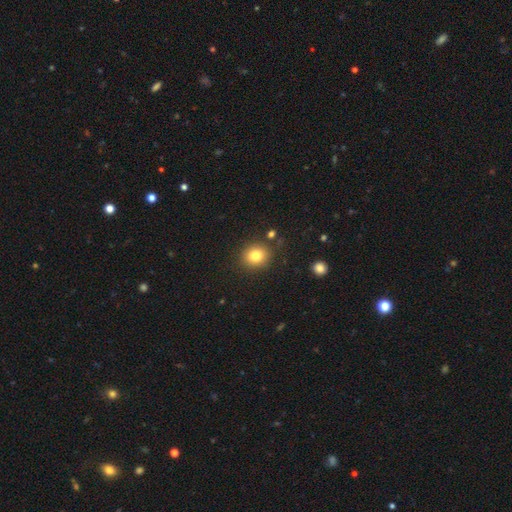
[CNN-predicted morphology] This appears to be a smooth galaxy with no disk features (81%) that is round (80%). Merging: none (87%).